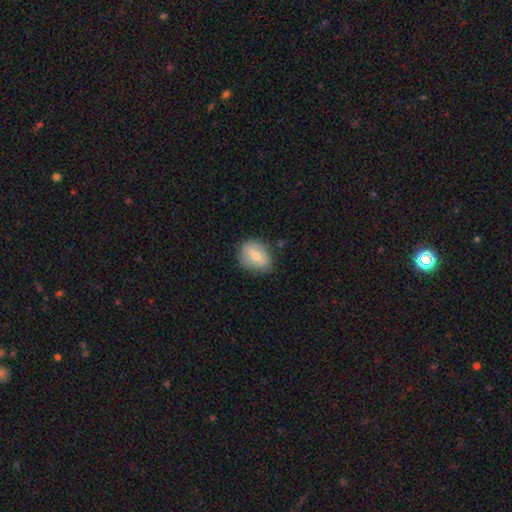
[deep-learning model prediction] This is likely a smooth galaxy (64%). How rounded: possibly round (53%). Merging: likely none (72%).